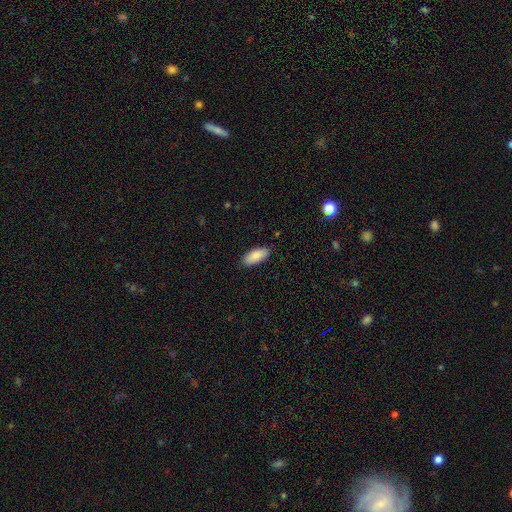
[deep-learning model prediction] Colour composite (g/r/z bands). It shows a smooth galaxy with no disk features (88%) that is in between round and cigar-shaped (87%). Merging: none (88%).